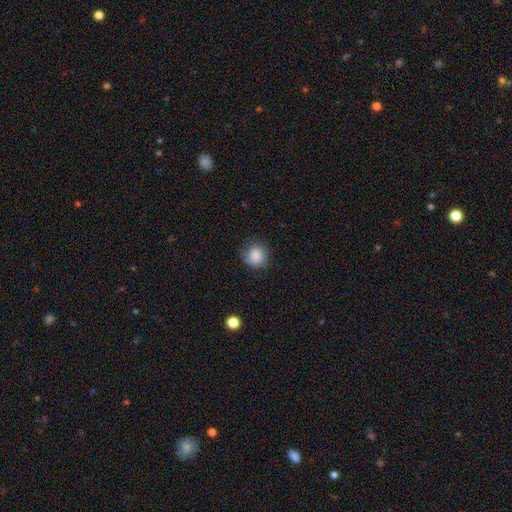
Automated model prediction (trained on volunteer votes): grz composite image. It shows a smooth galaxy with no disk features (86%) that is round (90%). Merging: none (79%).